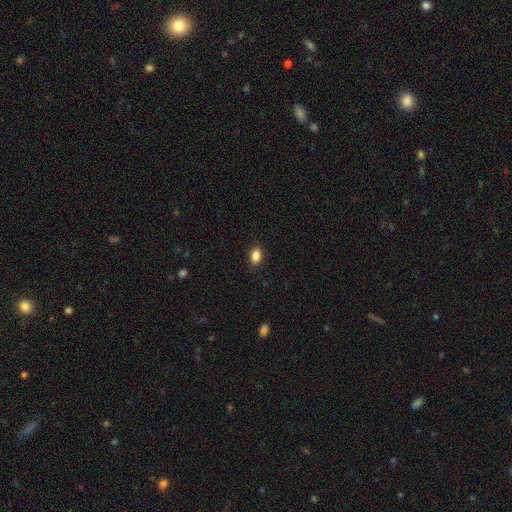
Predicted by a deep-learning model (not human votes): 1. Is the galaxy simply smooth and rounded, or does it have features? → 87% smooth, 9% star or artifact, 4% featured or disk.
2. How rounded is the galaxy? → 85% in between, 13% round, 2% cigar-shaped.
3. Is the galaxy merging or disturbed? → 89% none, 8% minor disturbance, 2% major disturbance, 1% merger.